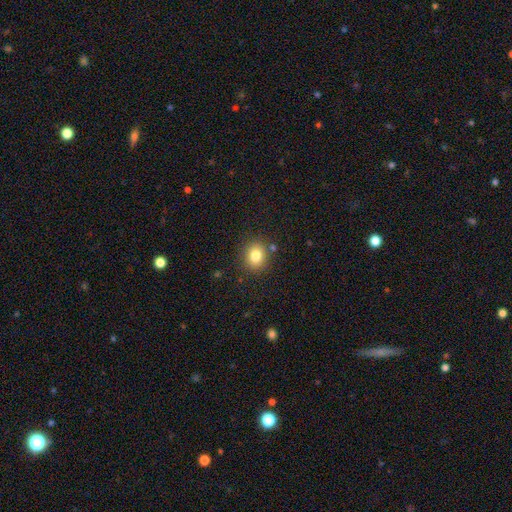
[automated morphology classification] A smooth galaxy with no disk features (81%) that is round (70%). Merging: none (85%).